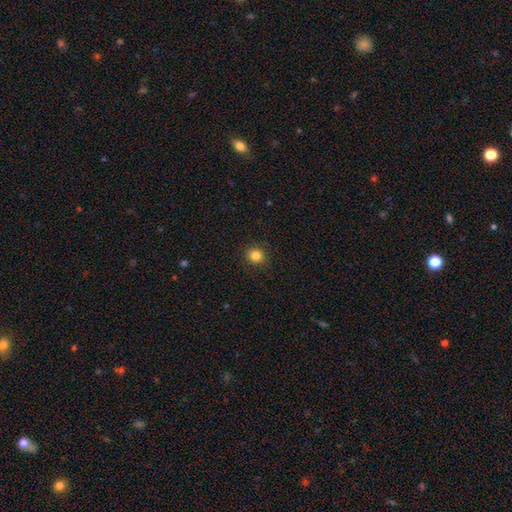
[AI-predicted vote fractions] Morphology: type=smooth (83%); roundness=round (88%); merging=none (91%).